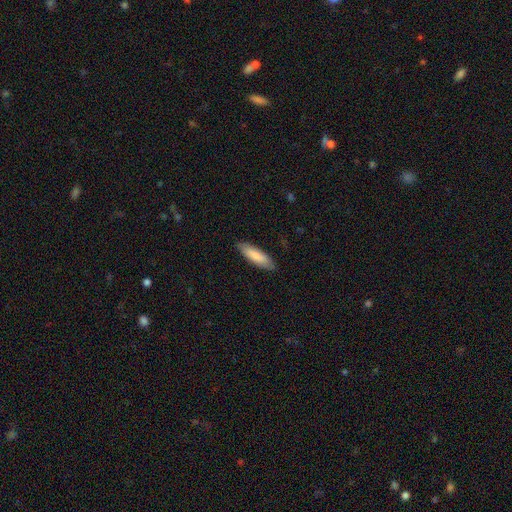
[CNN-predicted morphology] Smooth or featured: smooth — 82% (featured or disk — 13%)
How rounded: cigar-shaped — 52% (in between — 47%)
Merging: none — 87% (minor disturbance — 10%)